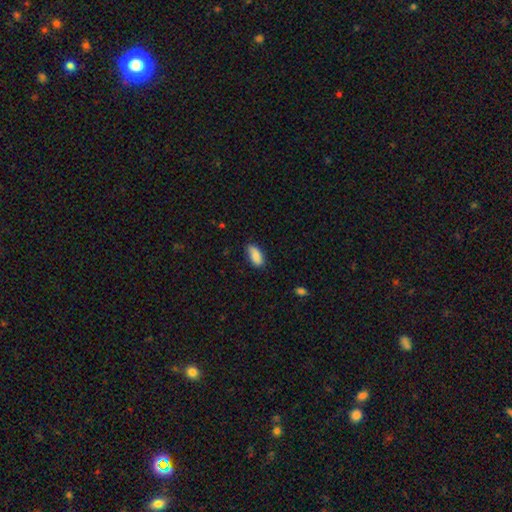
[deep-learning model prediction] A smooth galaxy with no disk features (88%) that is in between round and cigar-shaped (88%).

Vote fractions:
- Smooth or featured? smooth: 88% / star or artifact: 7% / featured or disk: 5%
- How rounded? in between: 88% / cigar-shaped: 10% / round: 2%
- Merging? none: 71% / minor disturbance: 23% / major disturbance: 4% / merger: 2%